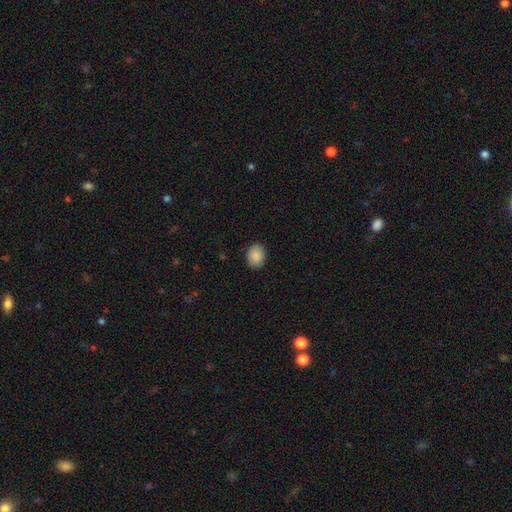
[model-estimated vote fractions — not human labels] Smooth or featured? Predicted: smooth (p=0.90). How rounded? Predicted: in between (p=0.63). Merging? Predicted: none (p=0.89).